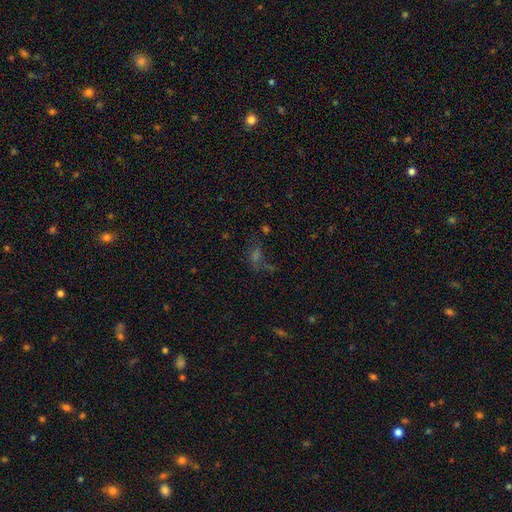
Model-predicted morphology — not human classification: A star or artifact, not a galaxy (43%).